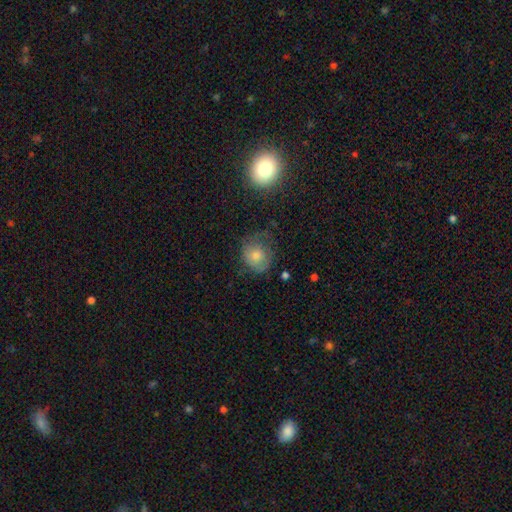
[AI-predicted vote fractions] smooth 64%, featured or disk 25%, star or artifact 12%. Down the decision tree: how rounded — round (75%); merging — none (55%).